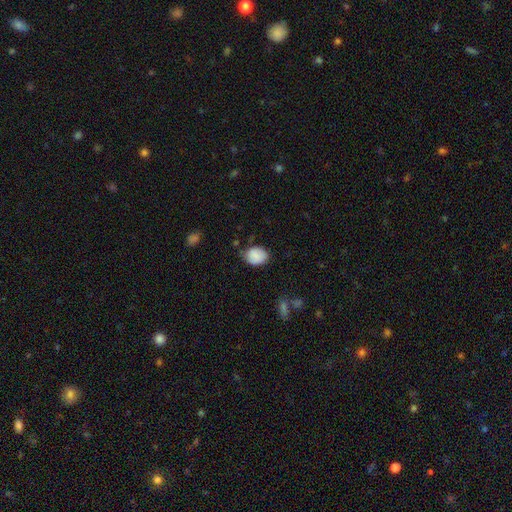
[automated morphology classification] This is clearly a smooth galaxy (85%). How rounded: likely in between (62%). Merging: likely none (66%).